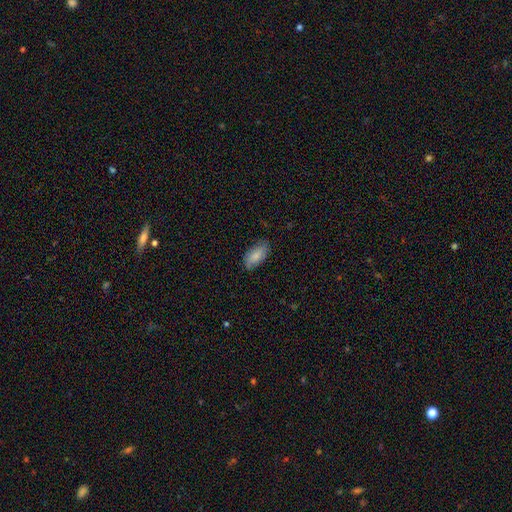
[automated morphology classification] A smooth galaxy with no disk features (84%) that is in between round and cigar-shaped (92%). Merging: none (79%).